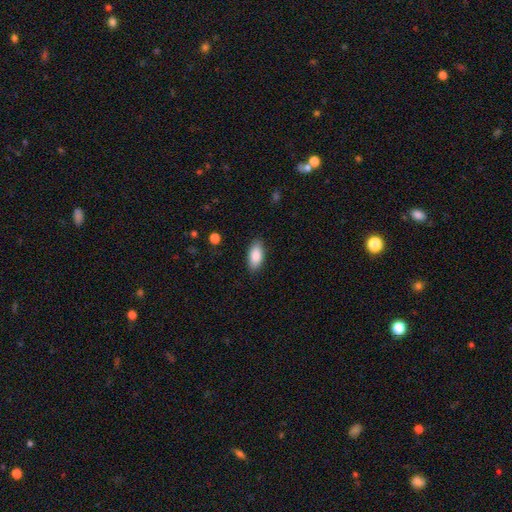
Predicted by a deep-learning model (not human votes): A smooth galaxy with no disk features (88%) that is in between round and cigar-shaped (90%). Merging: none (86%).